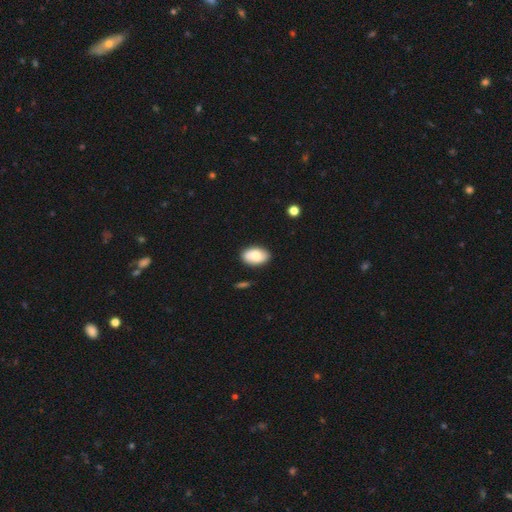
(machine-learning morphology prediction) smooth_or_featured: smooth (p=0.68) [alt: featured or disk p=0.25]
how_rounded: in between (p=0.91) [alt: round p=0.07]
merging: none (p=0.85) [alt: minor disturbance p=0.11]